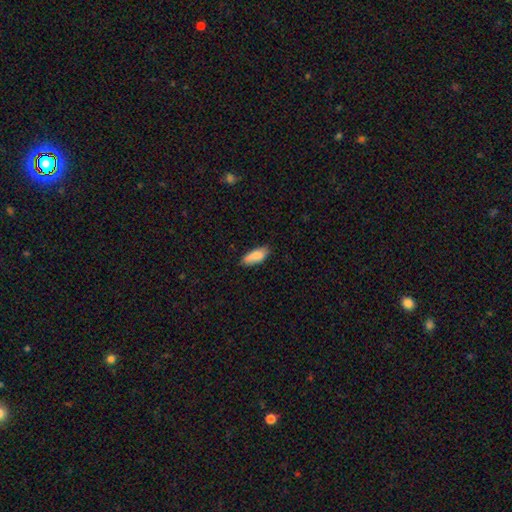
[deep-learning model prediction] This is clearly a smooth galaxy (85%). How rounded: likely in between (79%). Merging: likely none (78%).